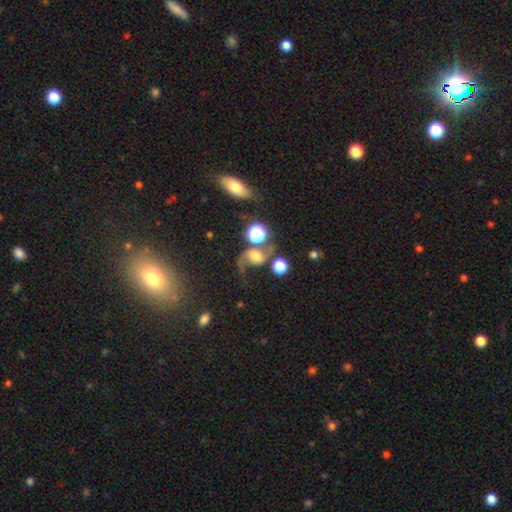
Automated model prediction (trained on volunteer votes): featured or disk 46%, smooth 37%, star or artifact 16%. Down the decision tree: merging — none (34%).